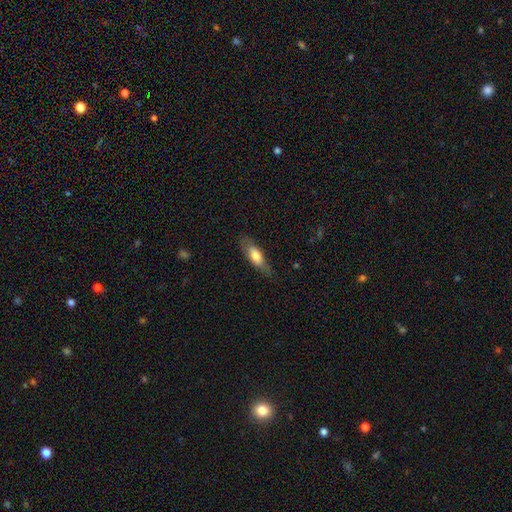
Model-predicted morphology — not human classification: smooth 66%, featured or disk 27%, star or artifact 6%. Down the decision tree: how rounded — in between (63%); merging — none (73%).